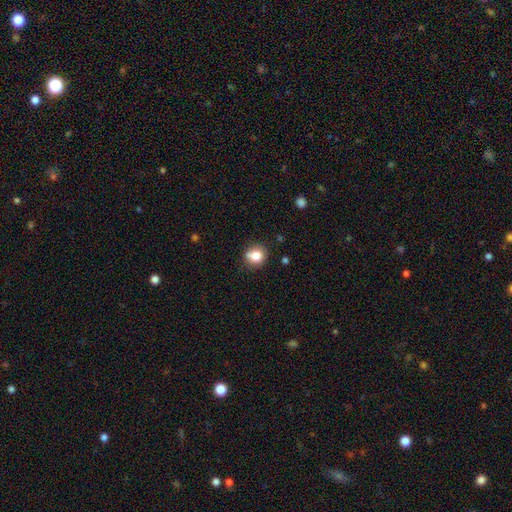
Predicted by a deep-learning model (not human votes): A smooth galaxy with no disk features (80%) that is round (82%).

Vote fractions:
- Smooth or featured? smooth: 80% / star or artifact: 11% / featured or disk: 9%
- How rounded? round: 82% / in between: 17% / cigar-shaped: 1%
- Merging? none: 69% / minor disturbance: 17% / merger: 10% / major disturbance: 4%